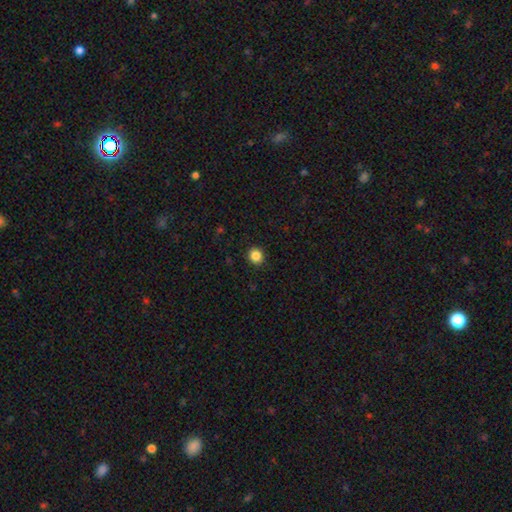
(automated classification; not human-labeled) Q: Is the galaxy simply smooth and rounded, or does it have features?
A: smooth — 86%.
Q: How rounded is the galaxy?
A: round — 90%.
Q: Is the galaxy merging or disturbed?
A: none — 92%.